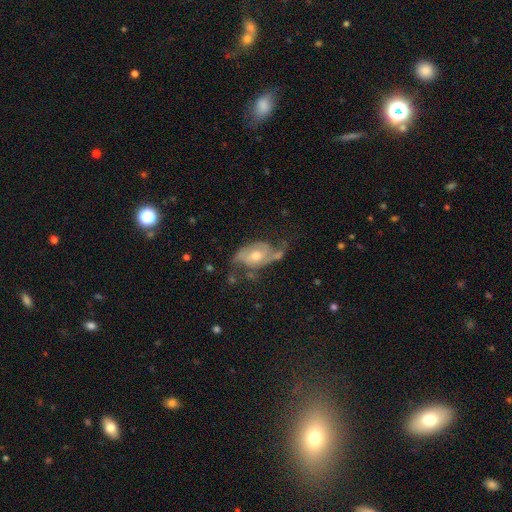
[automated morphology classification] A featured or disk galaxy (77%) with no bar (65%), 2 (72%) medium (40%) spiral arms (86%) and a moderate central bulge (66%). Merging: none (43%).